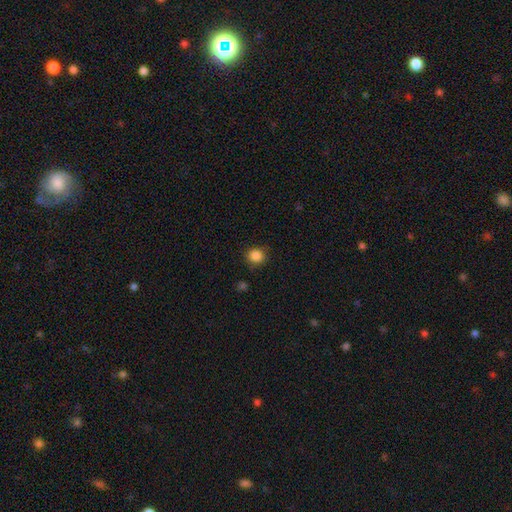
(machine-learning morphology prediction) Smooth or featured: smooth — 86% (star or artifact — 11%)
How rounded: round — 87% (in between — 12%)
Merging: none — 85% (minor disturbance — 11%)